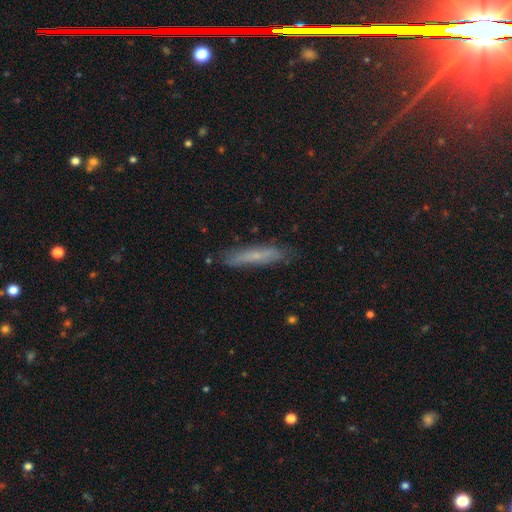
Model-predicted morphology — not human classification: Smooth or featured? Predicted: smooth (p=0.57). How rounded? Predicted: cigar-shaped (p=0.90). Merging? Predicted: none (p=0.80).